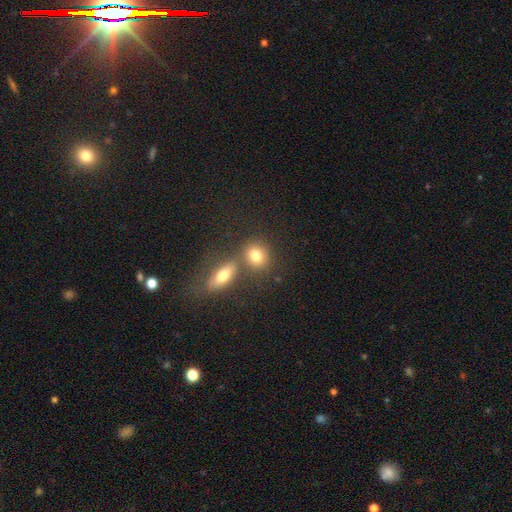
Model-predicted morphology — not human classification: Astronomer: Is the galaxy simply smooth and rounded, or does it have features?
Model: smooth — 78%.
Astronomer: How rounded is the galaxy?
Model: round — 74%.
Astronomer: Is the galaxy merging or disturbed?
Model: none — 58%.